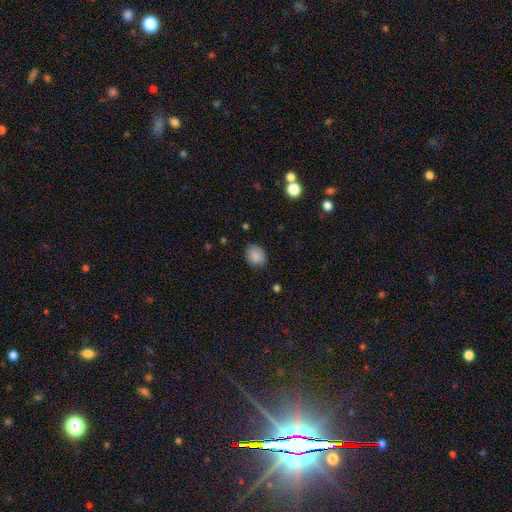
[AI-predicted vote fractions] Smooth or featured?
  - smooth: 87% *
  - star or artifact: 8%
  - featured or disk: 5%
How rounded?
  - round: 50% *
  - in between: 49%
  - cigar-shaped: 1%
Merging?
  - none: 83% *
  - minor disturbance: 13%
  - major disturbance: 3%
  - merger: 1%